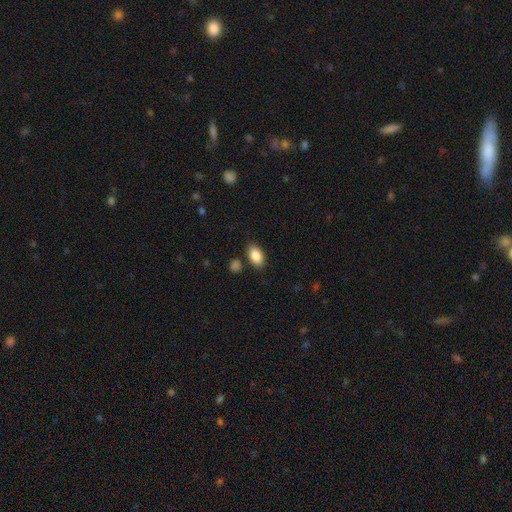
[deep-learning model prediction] Smooth or featured?
  - smooth: 87% *
  - star or artifact: 7%
  - featured or disk: 6%
How rounded?
  - in between: 91% *
  - round: 7%
  - cigar-shaped: 2%
Merging?
  - none: 82% *
  - minor disturbance: 11%
  - merger: 4%
  - major disturbance: 3%